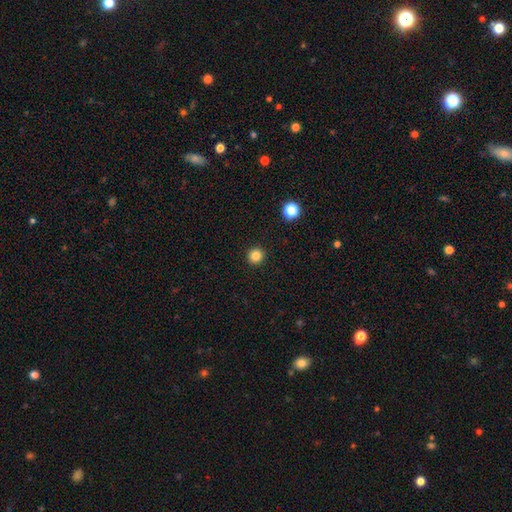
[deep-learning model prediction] smooth_or_featured: smooth (p=0.83) [alt: star or artifact p=0.13]
how_rounded: round (p=0.95) [alt: in between p=0.04]
merging: none (p=0.93) [alt: minor disturbance p=0.04]